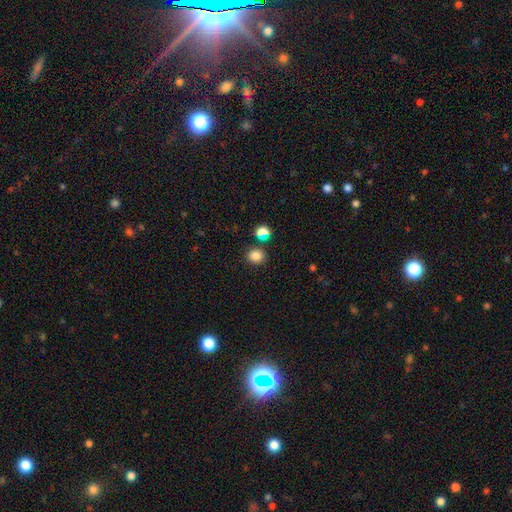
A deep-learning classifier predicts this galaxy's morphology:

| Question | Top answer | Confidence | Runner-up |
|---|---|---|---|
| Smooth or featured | smooth | 83% | star or artifact (13%) |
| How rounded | round | 75% | in between (24%) |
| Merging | none | 82% | minor disturbance (8%) |